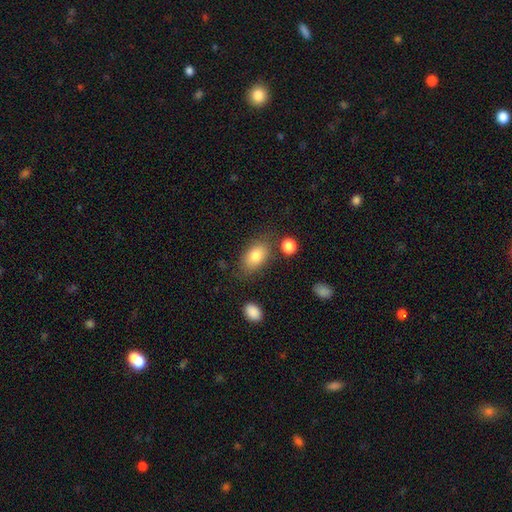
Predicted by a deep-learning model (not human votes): This is clearly a smooth galaxy (82%). How rounded: clearly in between (87%). Merging: likely none (74%).